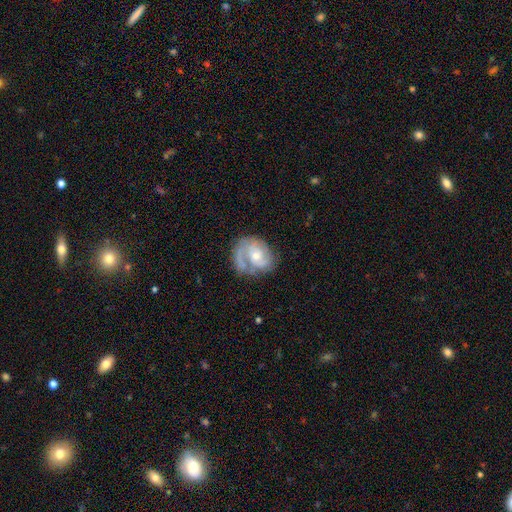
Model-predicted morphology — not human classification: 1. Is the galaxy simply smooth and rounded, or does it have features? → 74% featured or disk, 21% smooth, 6% star or artifact.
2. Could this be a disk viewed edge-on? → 98% no, 2% yes.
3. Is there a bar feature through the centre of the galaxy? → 64% no, 30% weak, 6% strong.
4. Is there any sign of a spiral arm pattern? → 87% yes, 13% no.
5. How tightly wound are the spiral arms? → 43% tight, 39% medium, 18% loose.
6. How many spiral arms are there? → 40% 2, 34% 1, 17% can't tell, 6% 3, 2% 4, 2% more than 4.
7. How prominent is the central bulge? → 48% moderate, 45% small, 3% large, 2% none, 1% dominant.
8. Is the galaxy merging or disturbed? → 50% none, 25% minor disturbance, 19% major disturbance, 6% merger.